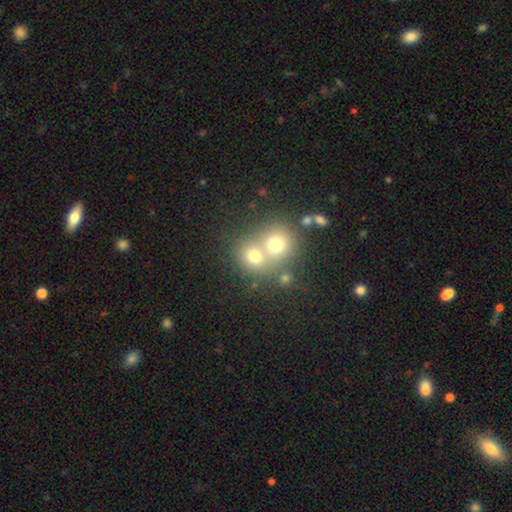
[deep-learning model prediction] A smooth galaxy with no disk features (68%) that is round (78%). Merging: merger (60%).